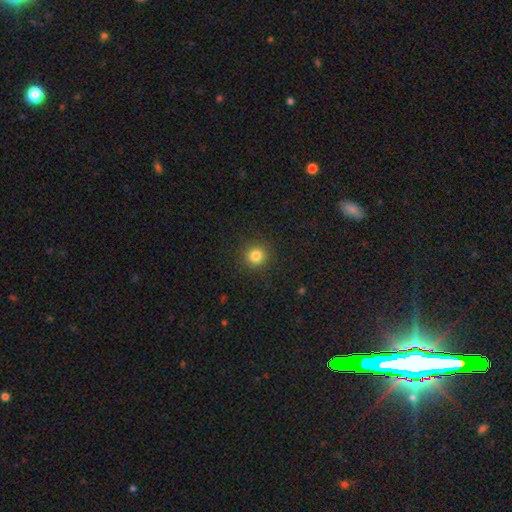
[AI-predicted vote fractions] smooth_or_featured: smooth (p=0.82) [alt: star or artifact p=0.12]
how_rounded: round (p=0.93) [alt: in between p=0.06]
merging: none (p=0.91) [alt: minor disturbance p=0.06]